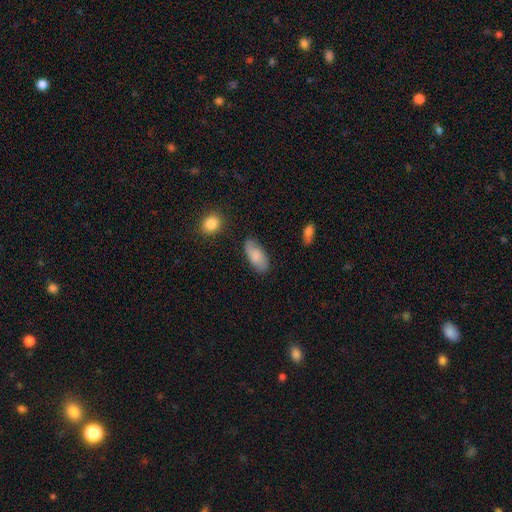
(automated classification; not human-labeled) This is clearly a smooth galaxy (82%). How rounded: clearly in between (89%). Merging: clearly none (80%).